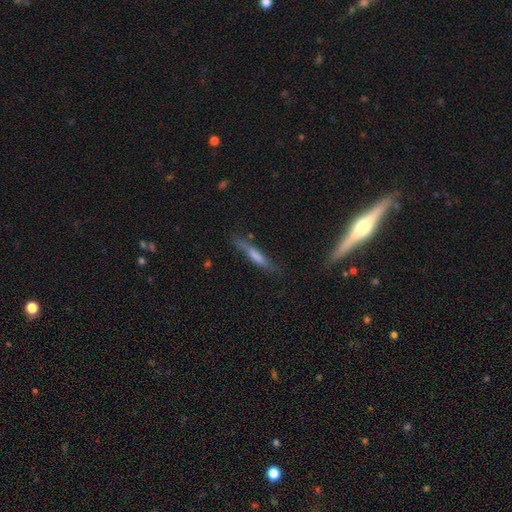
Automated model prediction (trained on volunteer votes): Smooth or featured: smooth — 54% (featured or disk — 39%)
How rounded: cigar-shaped — 90% (in between — 8%)
Merging: none — 70% (minor disturbance — 21%)